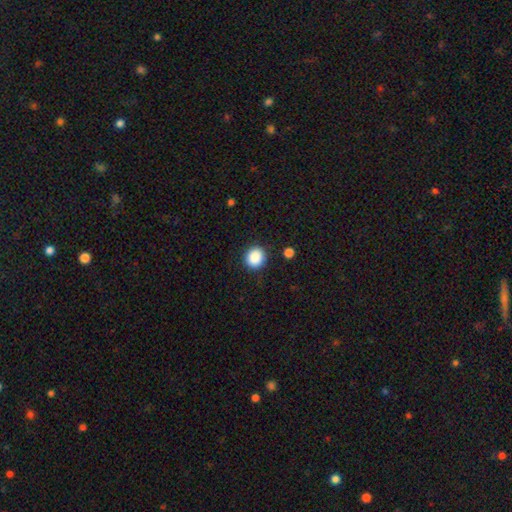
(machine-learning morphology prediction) The model was most divided on "how rounded": round: 85%, in between: 14%, cigar-shaped: 1%. More confident: smooth or featured — smooth (88%); merging — none (88%).